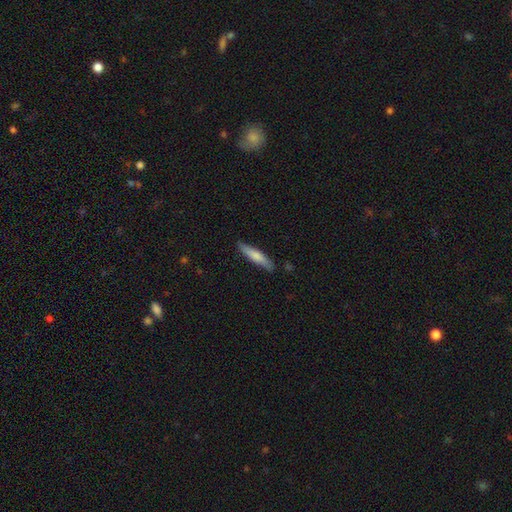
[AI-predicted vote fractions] Overall: smooth (73%). How rounded: cigar-shaped (85%). Merging: none (85%).